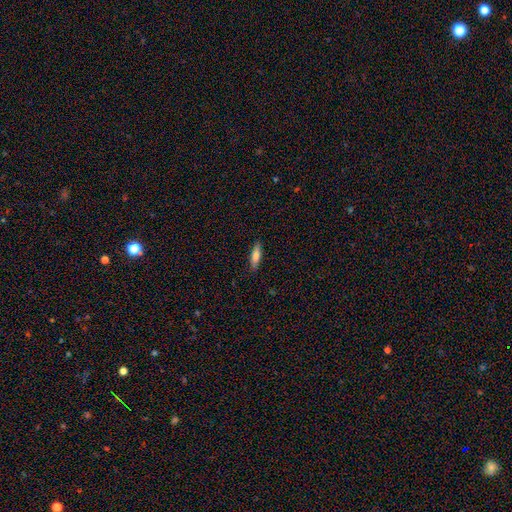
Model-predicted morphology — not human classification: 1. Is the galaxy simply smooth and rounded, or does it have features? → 73% smooth, 21% featured or disk, 6% star or artifact.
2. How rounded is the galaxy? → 65% cigar-shaped, 33% in between, 2% round.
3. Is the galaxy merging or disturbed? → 88% none, 9% minor disturbance, 2% major disturbance, 1% merger.